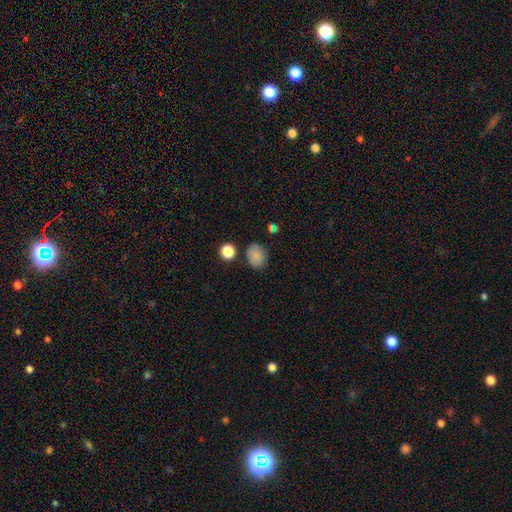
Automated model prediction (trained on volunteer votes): Q: Smooth or featured?
A: smooth (82%); runner-up: star or artifact (11%)
Q: How rounded?
A: in between (50%); runner-up: round (49%)
Q: Merging?
A: none (76%); runner-up: minor disturbance (15%)